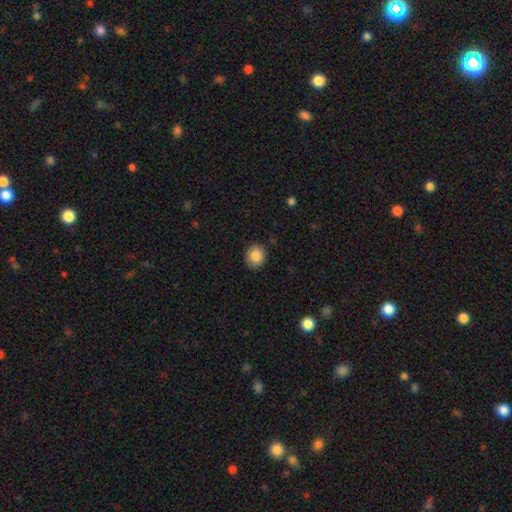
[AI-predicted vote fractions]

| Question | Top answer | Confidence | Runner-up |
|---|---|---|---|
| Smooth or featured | smooth | 86% | star or artifact (8%) |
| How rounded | round | 74% | in between (25%) |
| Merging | none | 88% | minor disturbance (8%) |